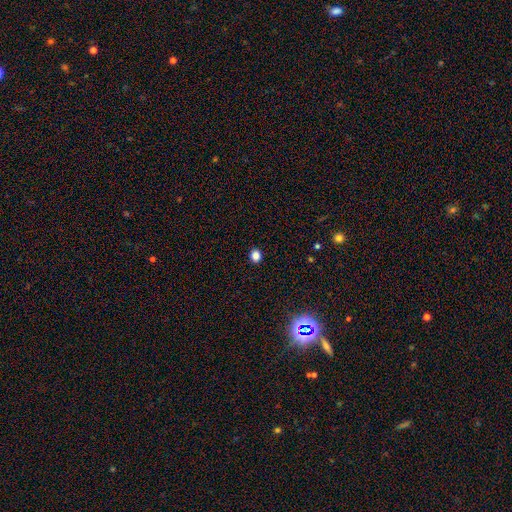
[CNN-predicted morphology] This appears to be a smooth galaxy with no disk features (82%) that is round (71%). Merging: none (91%).